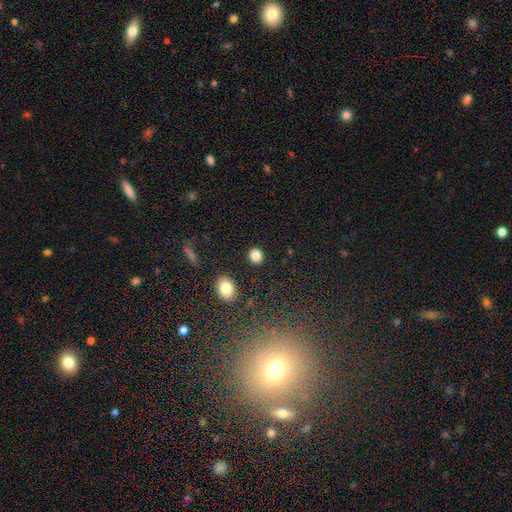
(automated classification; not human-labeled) Morphology: type=smooth (84%); roundness=round (78%); merging=none (89%).